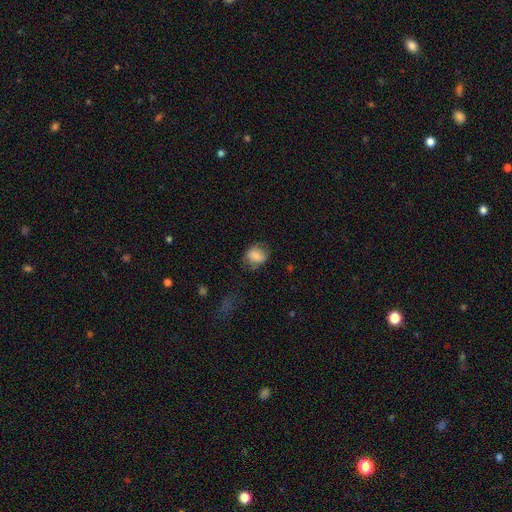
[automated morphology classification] A smooth galaxy with no disk features (79%) that is round (52%). Merging: none (64%).